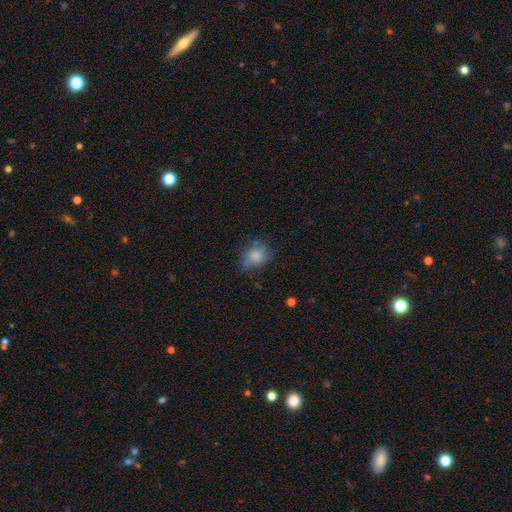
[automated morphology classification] Smooth or featured? Predicted: smooth (p=0.75). How rounded? Predicted: round (p=0.62). Merging? Predicted: none (p=0.52).